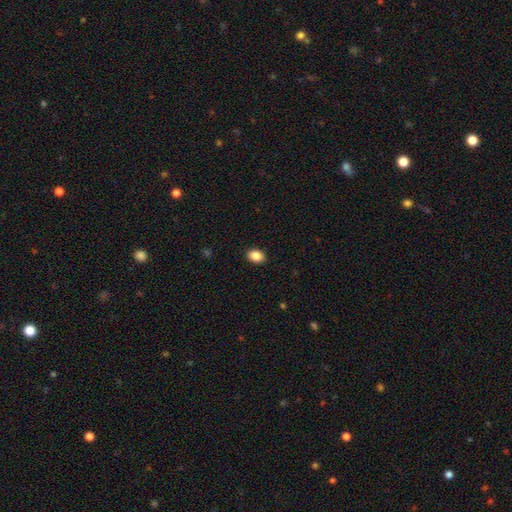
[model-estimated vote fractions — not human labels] smooth-or-featured: smooth: 88% | star or artifact: 8% | featured or disk: 4%
  how-rounded: in between: 73% | round: 26% | cigar-shaped: 1%
  merging: none: 90% | minor disturbance: 7% | major disturbance: 2% | merger: 1%